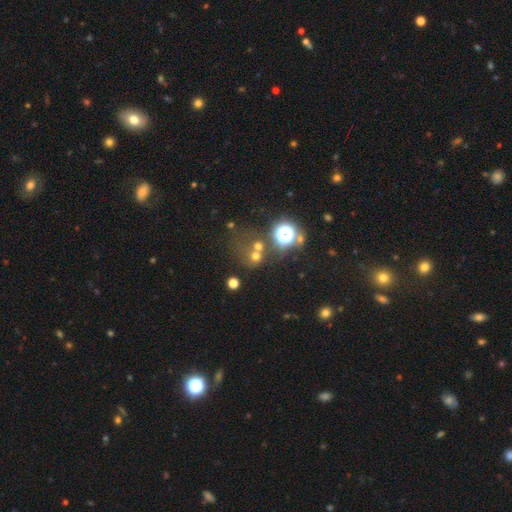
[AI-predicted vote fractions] Q: Smooth or featured?
A: smooth (55%); runner-up: star or artifact (33%)
Q: How rounded?
A: round (82%); runner-up: in between (17%)
Q: Merging?
A: none (52%); runner-up: merger (31%)